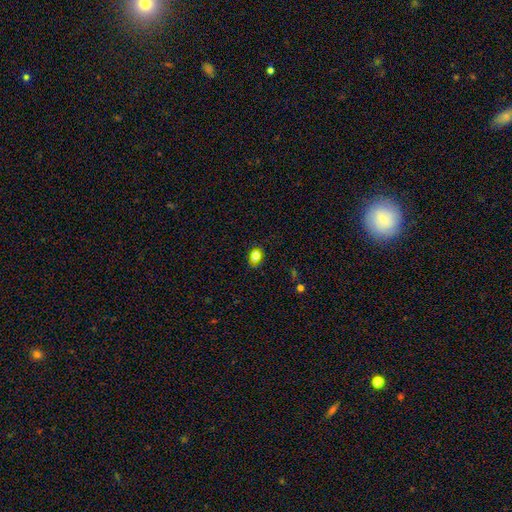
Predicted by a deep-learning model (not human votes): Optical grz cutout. It shows a smooth galaxy with no disk features (71%) that is in between round and cigar-shaped (64%). Merging: none (81%).